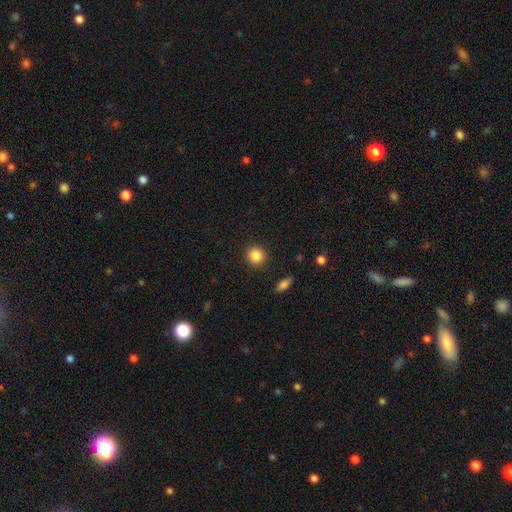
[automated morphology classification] type=smooth (86%); roundness=round (90%); merging=none (91%).